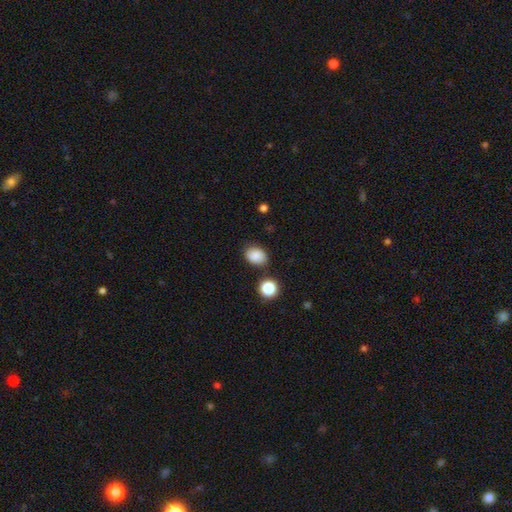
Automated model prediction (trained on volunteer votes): Smooth or featured? Predicted: smooth (p=0.85). How rounded? Predicted: in between (p=0.71). Merging? Predicted: none (p=0.79).